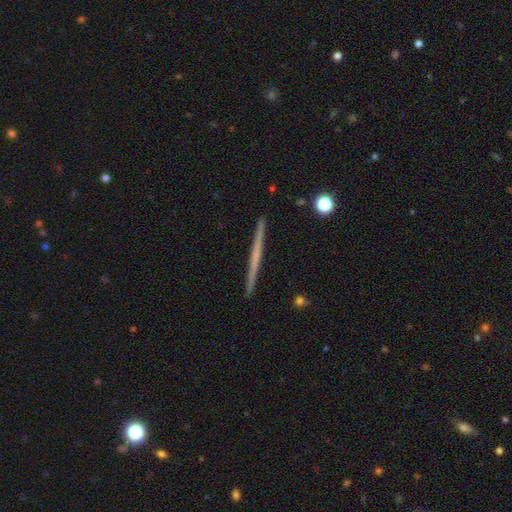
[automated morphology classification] smooth_or_featured: featured or disk (p=0.56) [alt: smooth p=0.38]
disk_edge_on: yes (p=0.98) [alt: no p=0.02]
edge_on_bulge: none (p=0.90) [alt: rounded p=0.07]
merging: none (p=0.93) [alt: minor disturbance p=0.05]